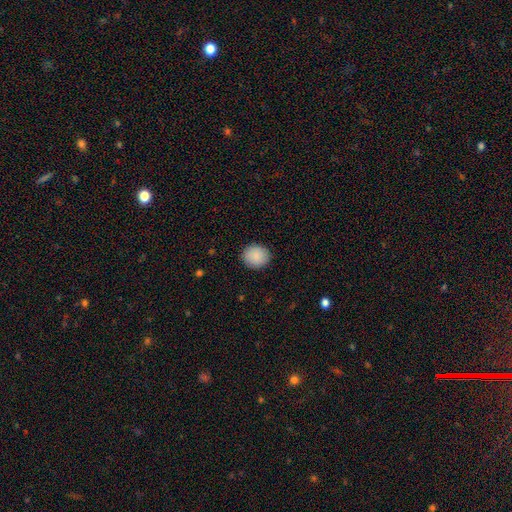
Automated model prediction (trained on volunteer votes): Smooth or featured?
  - smooth: 90% *
  - star or artifact: 7%
  - featured or disk: 3%
How rounded?
  - round: 77% *
  - in between: 22%
  - cigar-shaped: 1%
Merging?
  - none: 90% *
  - minor disturbance: 7%
  - major disturbance: 2%
  - merger: 1%